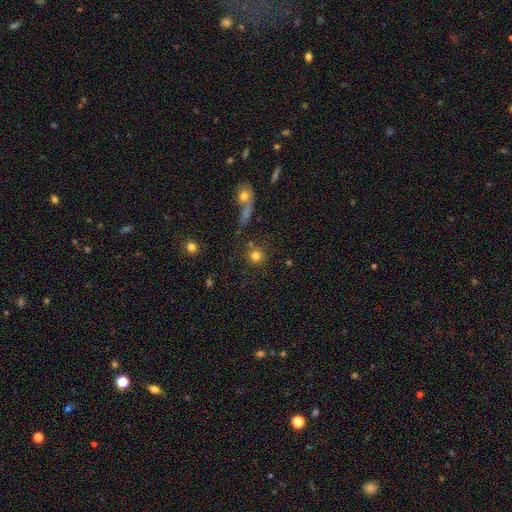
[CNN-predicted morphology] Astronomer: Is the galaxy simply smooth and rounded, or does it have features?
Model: smooth — 78%.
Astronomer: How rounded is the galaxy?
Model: round — 92%.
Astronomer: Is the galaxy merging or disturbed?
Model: none — 73%.